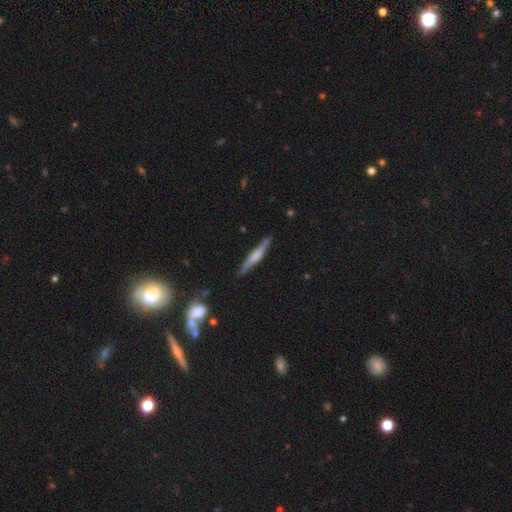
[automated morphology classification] Smooth or featured? Predicted: featured or disk (p=0.53). Edge-on disk? Predicted: yes (p=0.95). Edge-on bulge? Predicted: rounded (p=0.50). Merging? Predicted: none (p=0.85).